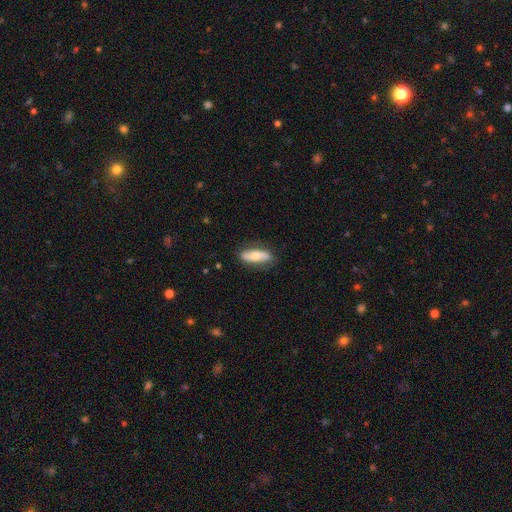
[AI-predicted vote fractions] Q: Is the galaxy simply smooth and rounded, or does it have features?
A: smooth — 59%.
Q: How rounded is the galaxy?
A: in between — 62%.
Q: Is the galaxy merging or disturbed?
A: none — 79%.